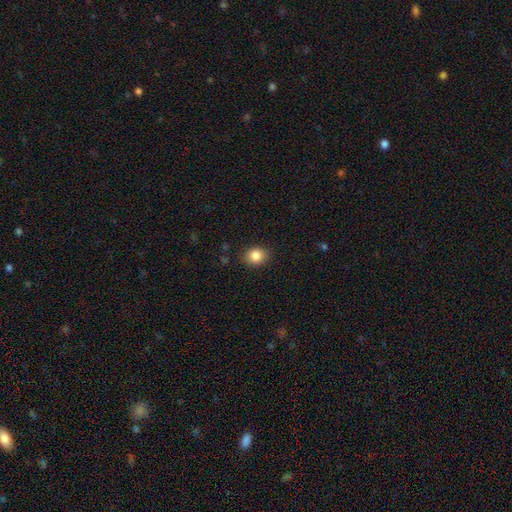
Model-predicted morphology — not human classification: The model was most divided on "how rounded": round: 56%, in between: 43%, cigar-shaped: 1%. More confident: merging — none (87%); smooth or featured — smooth (85%).